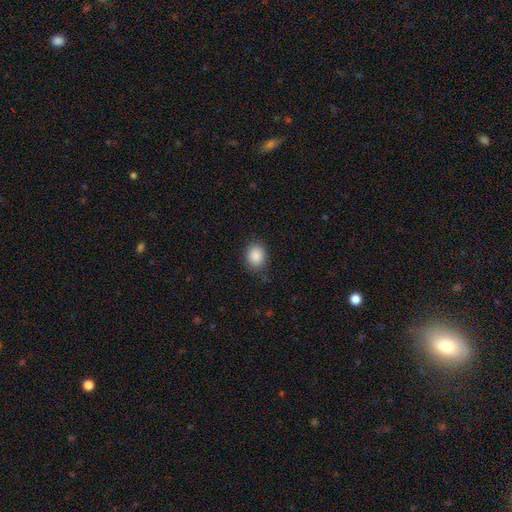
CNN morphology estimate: A smooth galaxy with no disk features (88%) that is round (62%). Merging: none (83%).